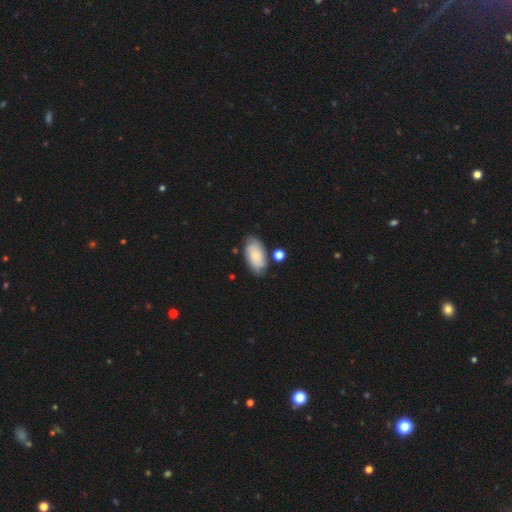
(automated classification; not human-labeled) Q: Smooth or featured?
A: smooth (54%); runner-up: featured or disk (39%)
Q: How rounded?
A: in between (92%); runner-up: round (4%)
Q: Merging?
A: none (72%); runner-up: minor disturbance (17%)